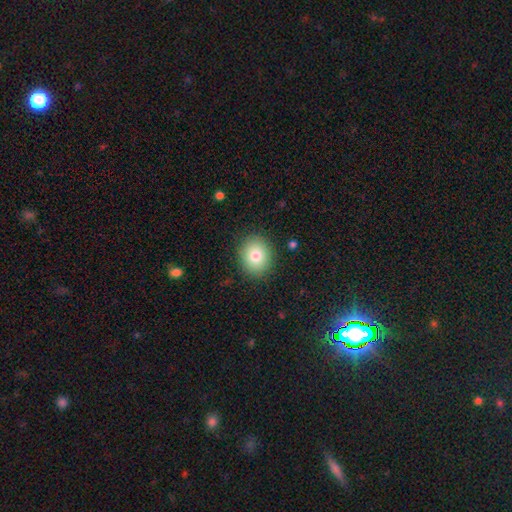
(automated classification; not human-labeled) Smooth or featured? smooth (79%)
How rounded? round (67%)
Merging? none (88%)